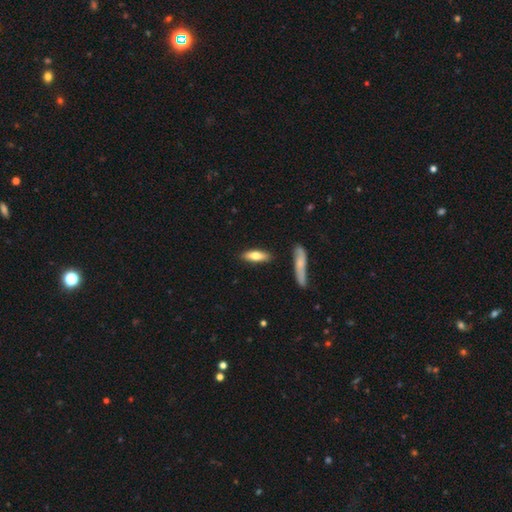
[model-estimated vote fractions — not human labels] Q: Smooth or featured?
A: smooth (69%); runner-up: featured or disk (25%)
Q: How rounded?
A: in between (51%); runner-up: cigar-shaped (47%)
Q: Merging?
A: none (84%); runner-up: minor disturbance (10%)